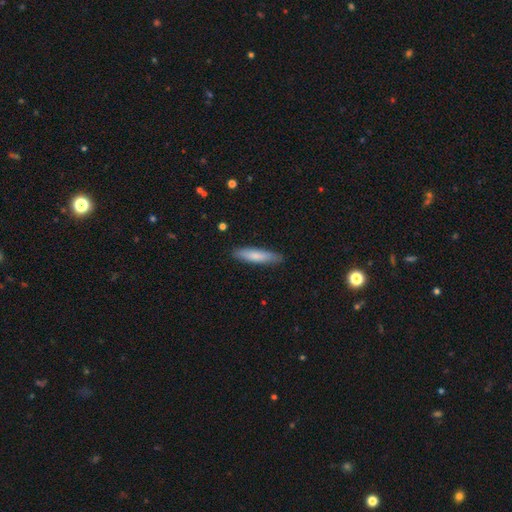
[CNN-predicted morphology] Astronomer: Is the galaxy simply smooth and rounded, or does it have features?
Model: smooth — 78%.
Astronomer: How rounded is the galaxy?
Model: cigar-shaped — 81%.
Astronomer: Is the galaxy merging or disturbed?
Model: none — 88%.